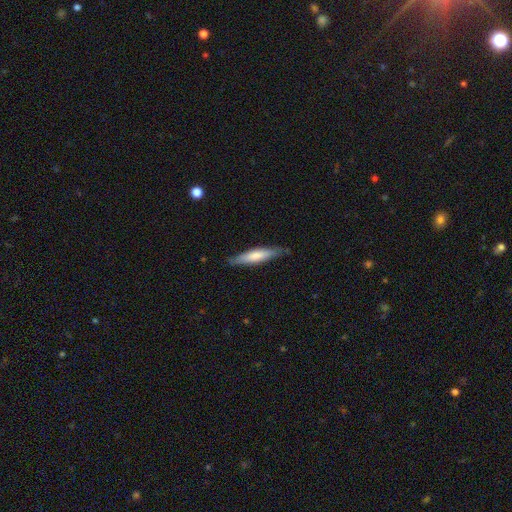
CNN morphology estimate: Smooth or featured?
  - smooth: 64% *
  - featured or disk: 31%
  - star or artifact: 5%
How rounded?
  - cigar-shaped: 83% *
  - in between: 15%
  - round: 1%
Merging?
  - none: 82% *
  - minor disturbance: 15%
  - major disturbance: 2%
  - merger: 1%